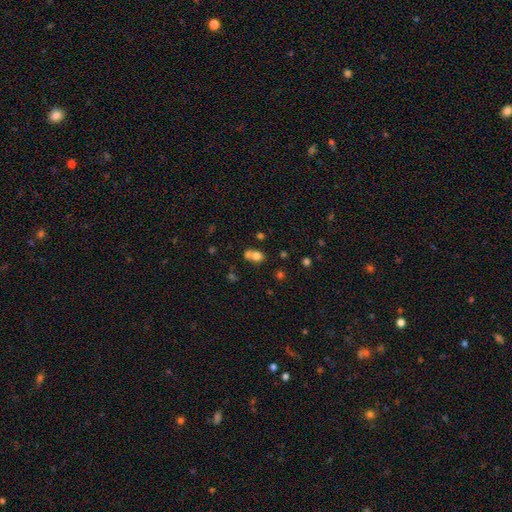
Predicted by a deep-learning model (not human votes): The model was most divided on "how rounded": in between: 52%, round: 46%, cigar-shaped: 2%. More confident: smooth or featured — smooth (74%); merging — merger (54%).